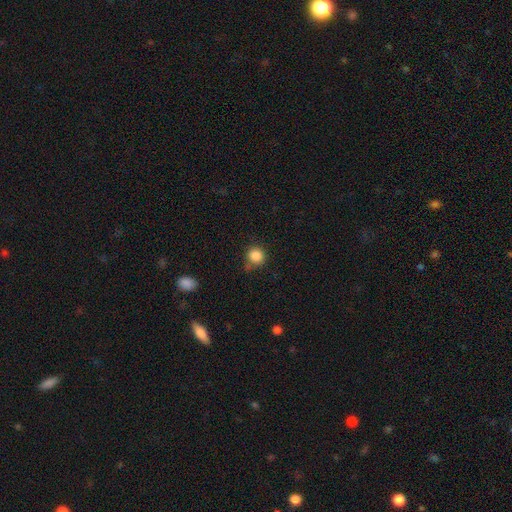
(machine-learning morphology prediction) smooth 85%, star or artifact 11%, featured or disk 4%. Down the decision tree: how rounded — round (90%); merging — none (72%).